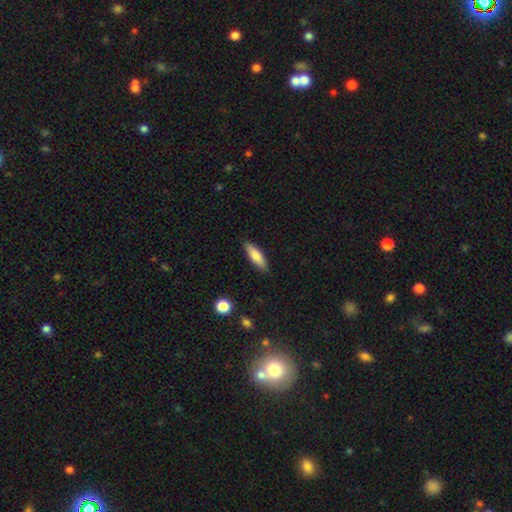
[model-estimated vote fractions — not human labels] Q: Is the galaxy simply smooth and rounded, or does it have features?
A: smooth — 76%.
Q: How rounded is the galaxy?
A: cigar-shaped — 54%.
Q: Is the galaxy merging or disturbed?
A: none — 87%.